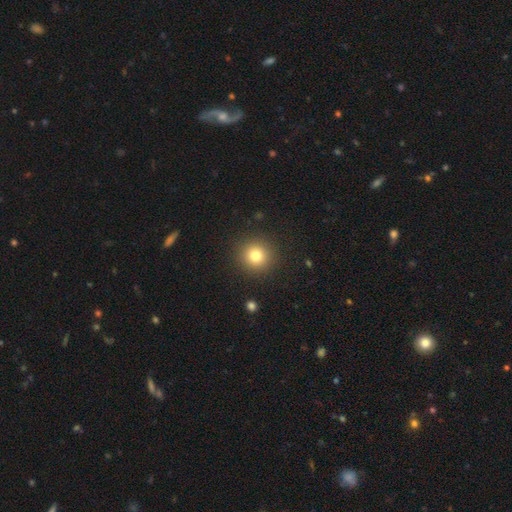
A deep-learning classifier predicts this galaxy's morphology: This is likely a smooth galaxy (79%). How rounded: clearly round (94%). Merging: clearly none (91%).